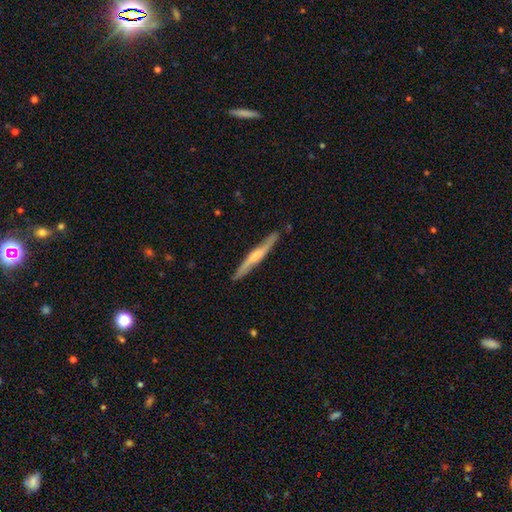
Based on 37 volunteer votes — Smooth or featured? featured or disk (70%)
Edge-on disk? yes (100%)
Edge-on bulge? rounded (46%)
Merging? none (95%)